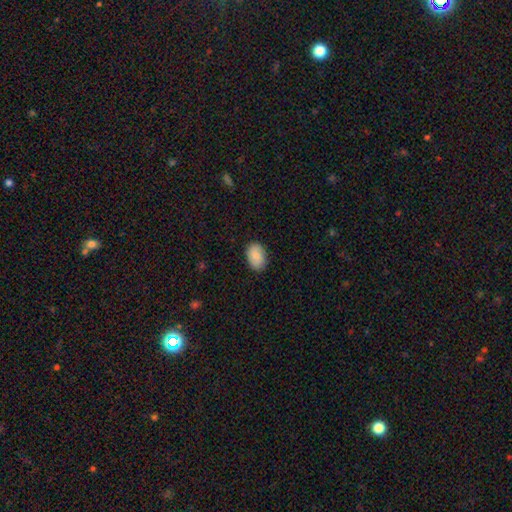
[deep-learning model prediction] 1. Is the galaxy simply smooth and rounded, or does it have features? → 87% smooth, 7% featured or disk, 6% star or artifact.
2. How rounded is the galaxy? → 89% in between, 10% round, 1% cigar-shaped.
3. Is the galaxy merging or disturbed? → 85% none, 12% minor disturbance, 2% major disturbance, 1% merger.